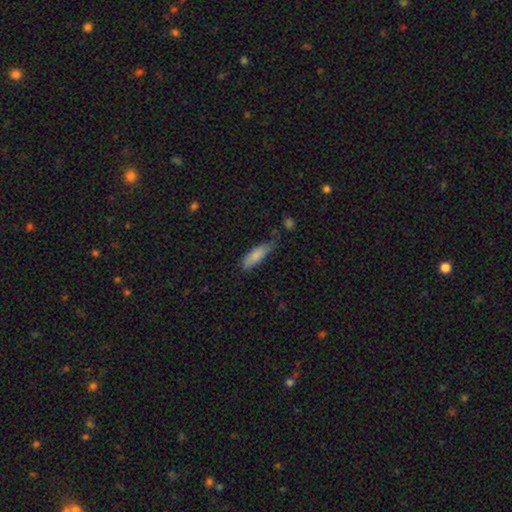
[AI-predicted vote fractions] This is clearly a smooth galaxy (83%). How rounded: possibly in between (54%). Merging: possibly none (54%).